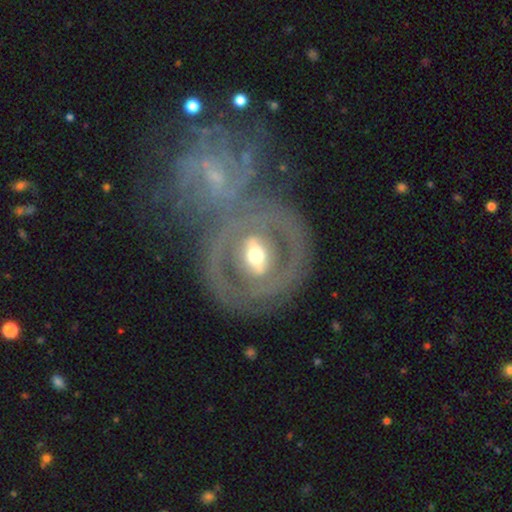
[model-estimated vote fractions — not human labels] This appears to be a featured or disk galaxy (75%) with a strong bar (57%), no spiral arms (50%, tied with yes) and a moderate central bulge (65%). Merging: none (50%).